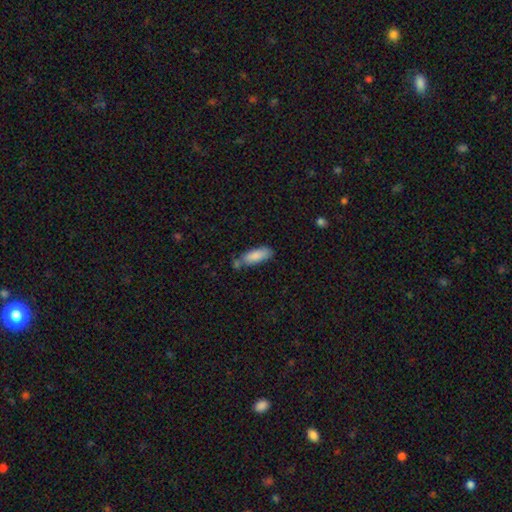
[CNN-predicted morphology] A smooth galaxy with no disk features (86%) that is in between round and cigar-shaped (68%). Merging: none (60%).